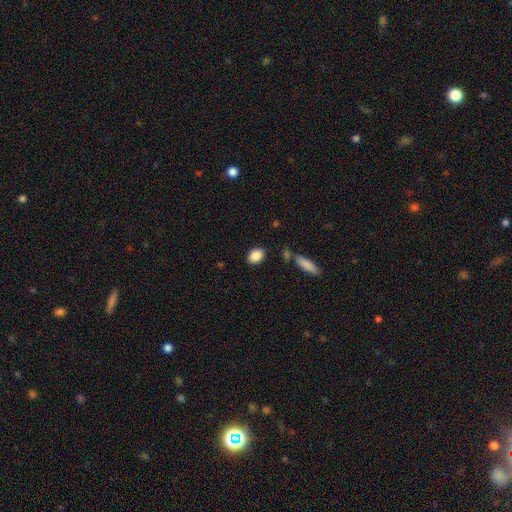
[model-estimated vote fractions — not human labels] smooth 88%, star or artifact 8%, featured or disk 5%. Down the decision tree: how rounded — in between (79%); merging — none (83%).